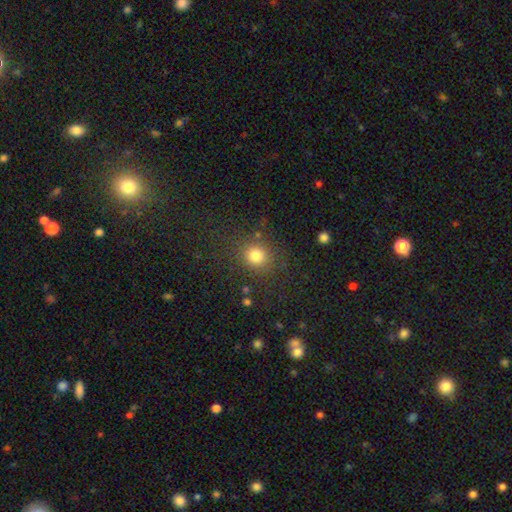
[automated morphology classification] type=smooth (80%); roundness=round (83%); merging=none (82%).